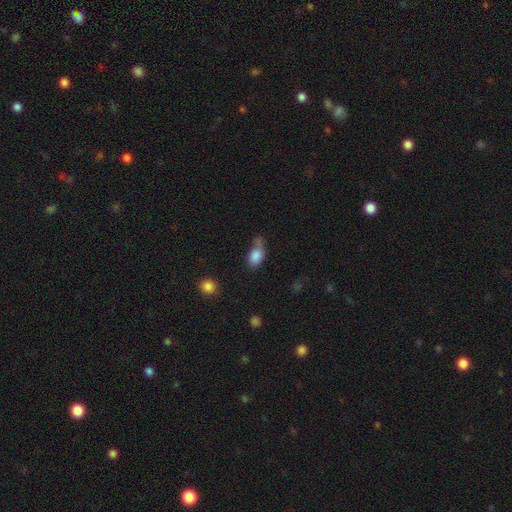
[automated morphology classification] smooth 84%, star or artifact 9%, featured or disk 7%. Down the decision tree: how rounded — in between (78%); merging — none (42%).